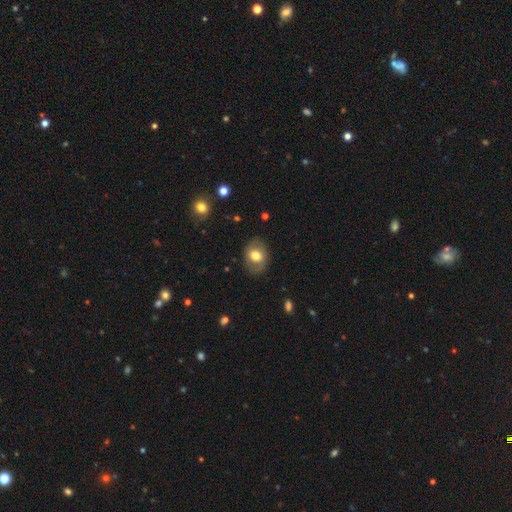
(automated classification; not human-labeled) A smooth galaxy with no disk features (68%) that is in between round and cigar-shaped (59%). Merging: none (80%).